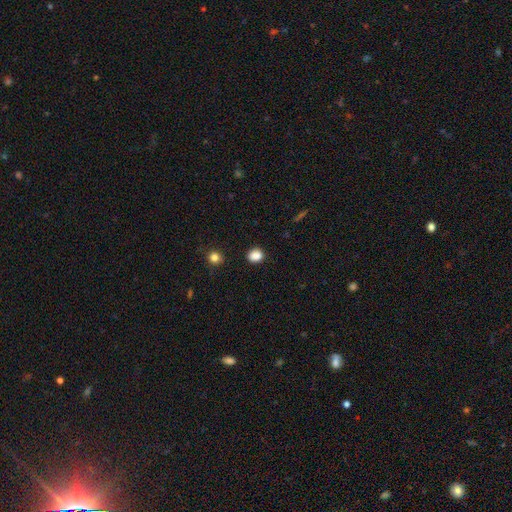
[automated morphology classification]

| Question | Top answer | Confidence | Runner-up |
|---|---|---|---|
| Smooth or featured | smooth | 87% | star or artifact (10%) |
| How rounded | round | 62% | in between (37%) |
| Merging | none | 87% | minor disturbance (9%) |